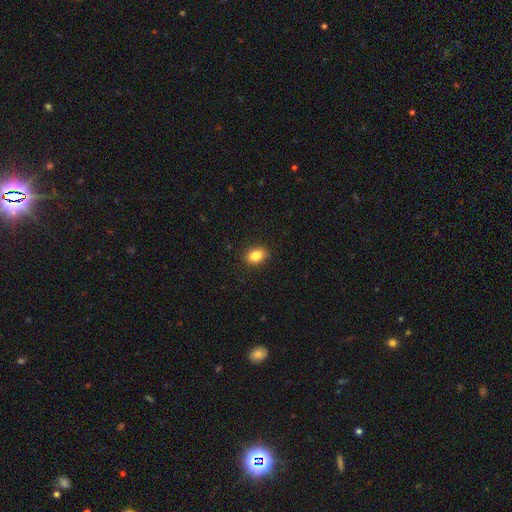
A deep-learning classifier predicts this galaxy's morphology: Smooth or featured: smooth — 84% (star or artifact — 9%)
How rounded: in between — 69% (round — 30%)
Merging: none — 89% (minor disturbance — 8%)